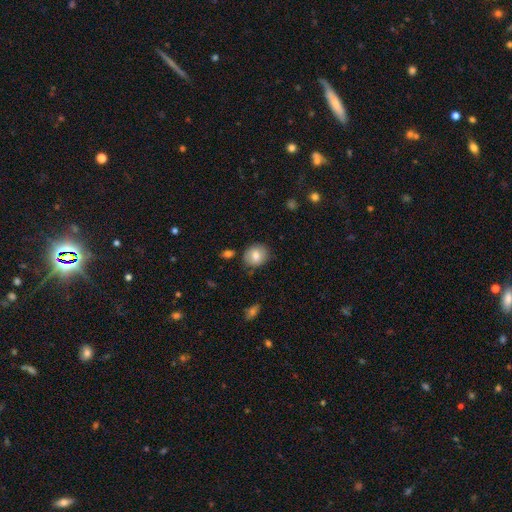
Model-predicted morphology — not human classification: A smooth galaxy with no disk features (77%) that is round (68%). Merging: none (80%).